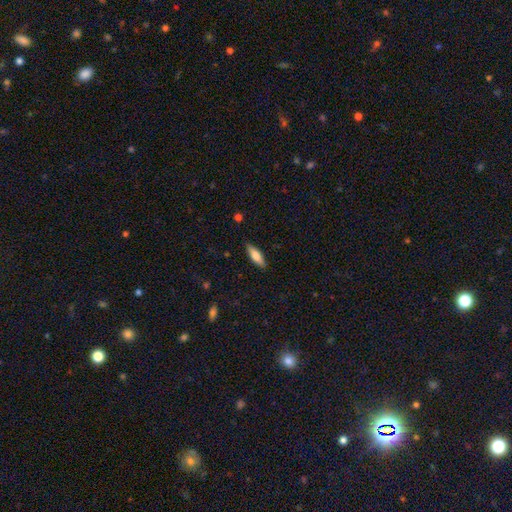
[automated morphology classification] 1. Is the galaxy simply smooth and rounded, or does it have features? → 69% smooth, 25% featured or disk, 6% star or artifact.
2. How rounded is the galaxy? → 51% in between, 47% cigar-shaped, 2% round.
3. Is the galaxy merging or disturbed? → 87% none, 9% minor disturbance, 2% major disturbance, 1% merger.